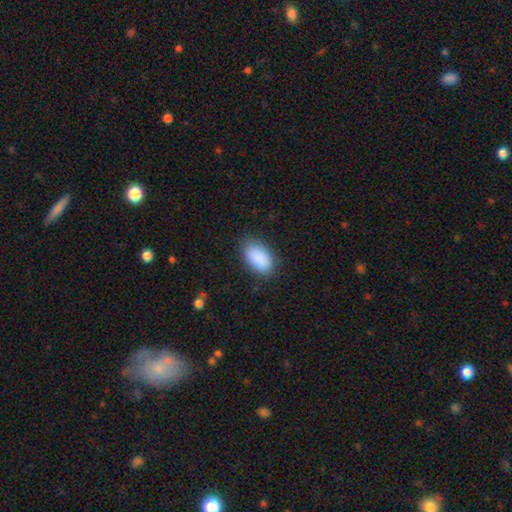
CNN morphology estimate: Smooth or featured? smooth (90%)
How rounded? in between (94%)
Merging? none (83%)